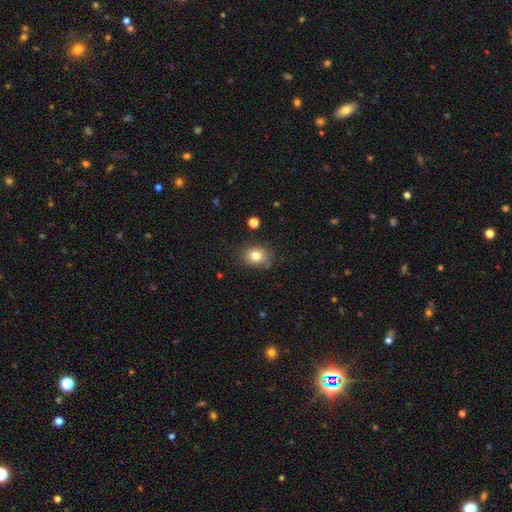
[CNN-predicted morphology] smooth-or-featured: smooth: 79% | star or artifact: 11% | featured or disk: 9%
  how-rounded: round: 55% | in between: 45% | cigar-shaped: 1%
  merging: none: 79% | minor disturbance: 15% | major disturbance: 3% | merger: 3%